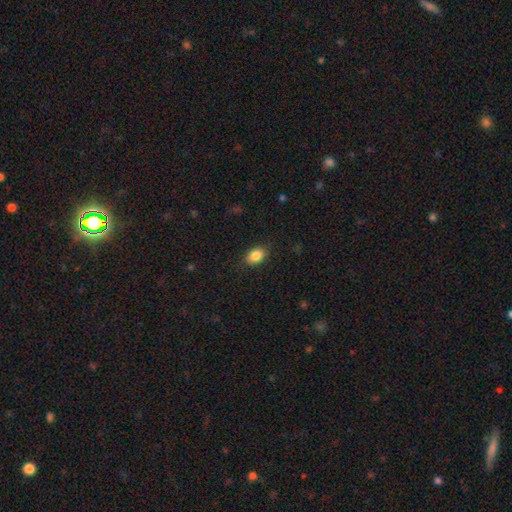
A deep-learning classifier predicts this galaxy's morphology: This appears to be a smooth galaxy with no disk features (85%) that is in between round and cigar-shaped (81%). Merging: none (84%).